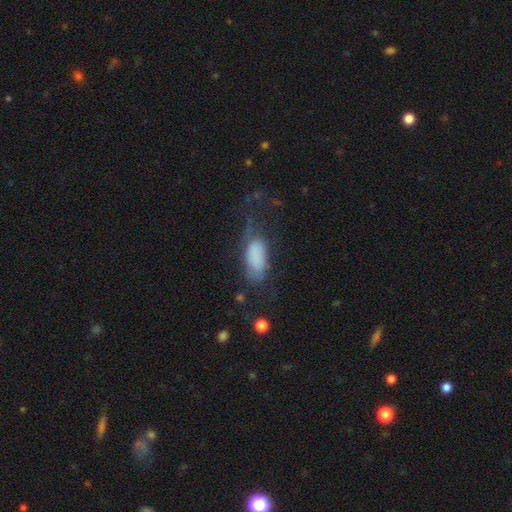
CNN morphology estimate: smooth_or_featured: smooth (p=0.73) [alt: featured or disk p=0.17]
how_rounded: in between (p=0.87) [alt: cigar-shaped p=0.10]
merging: none (p=0.38) [alt: major disturbance p=0.31]